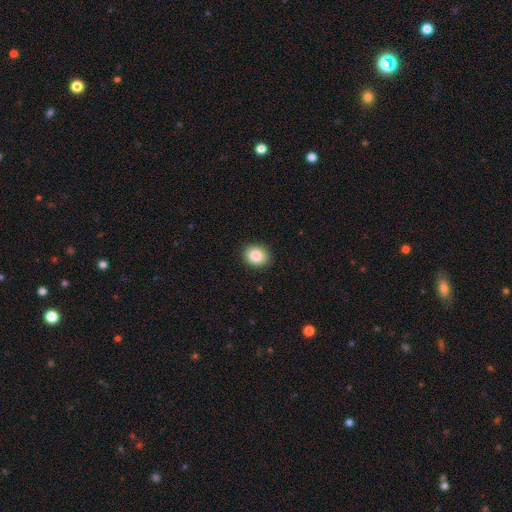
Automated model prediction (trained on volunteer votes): This is clearly a smooth galaxy (86%). How rounded: likely round (61%). Merging: clearly none (90%).